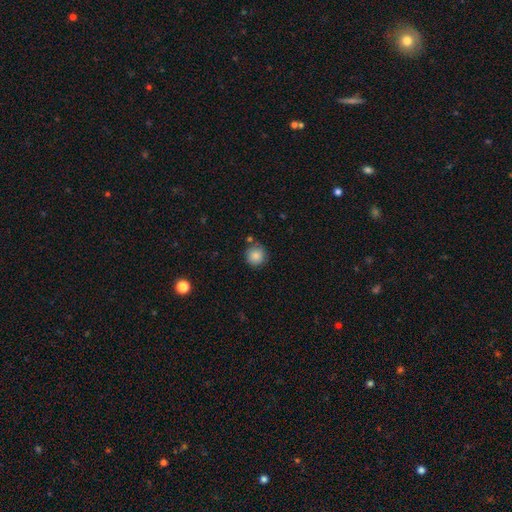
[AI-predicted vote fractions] smooth-or-featured: smooth: 85% | star or artifact: 9% | featured or disk: 6%
  how-rounded: round: 94% | in between: 5% | cigar-shaped: 1%
  merging: none: 81% | minor disturbance: 11% | merger: 5% | major disturbance: 3%